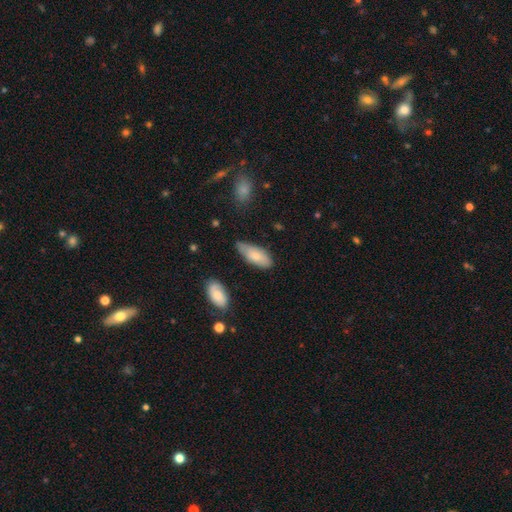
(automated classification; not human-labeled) A smooth galaxy with no disk features (75%) that is in between round and cigar-shaped (82%).

Vote fractions:
- Smooth or featured? smooth: 75% / featured or disk: 19% / star or artifact: 6%
- How rounded? in between: 82% / cigar-shaped: 16% / round: 2%
- Merging? none: 60% / minor disturbance: 31% / major disturbance: 6% / merger: 3%